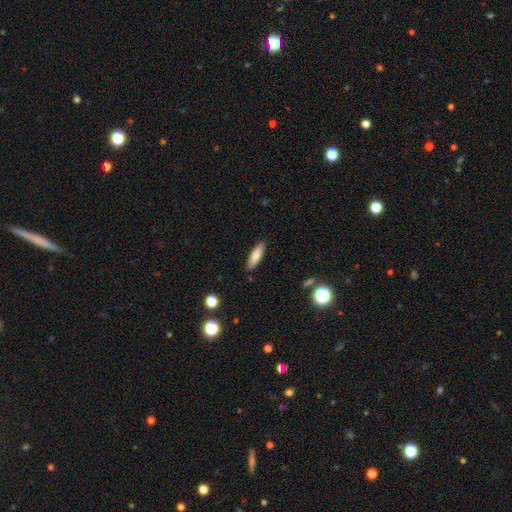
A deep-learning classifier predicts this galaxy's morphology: Smooth or featured? Predicted: smooth (p=0.79). How rounded? Predicted: cigar-shaped (p=0.61). Merging? Predicted: none (p=0.88).